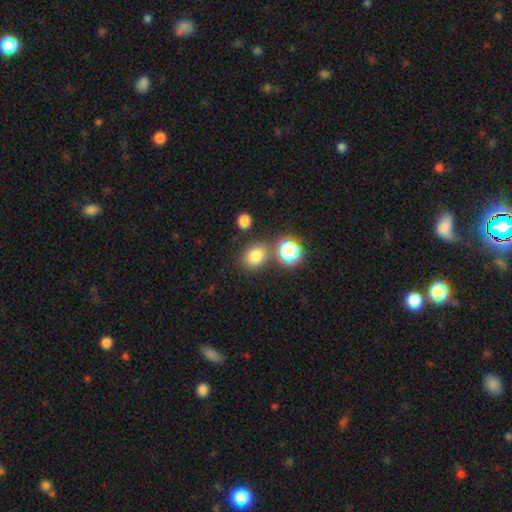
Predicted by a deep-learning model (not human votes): Smooth or featured? Predicted: smooth (p=0.77). How rounded? Predicted: round (p=0.54). Merging? Predicted: none (p=0.72).